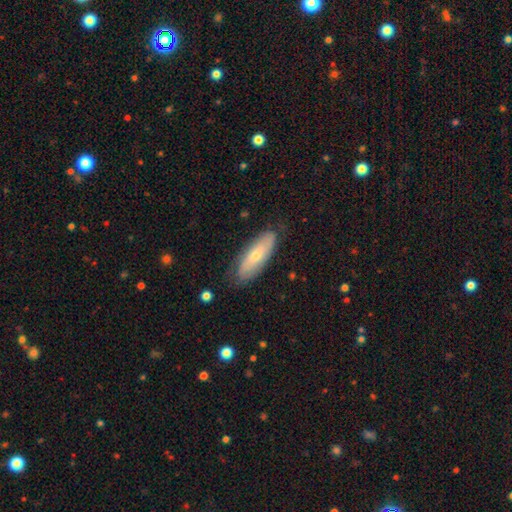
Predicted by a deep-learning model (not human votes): A smooth galaxy with no disk features (59%) that is in between round and cigar-shaped (62%).

Vote fractions:
- Smooth or featured? smooth: 59% / featured or disk: 35% / star or artifact: 6%
- How rounded? in between: 62% / cigar-shaped: 36% / round: 2%
- Merging? none: 78% / minor disturbance: 17% / major disturbance: 4% / merger: 1%